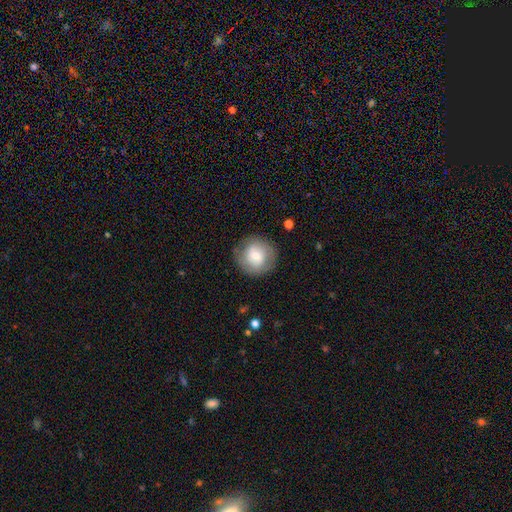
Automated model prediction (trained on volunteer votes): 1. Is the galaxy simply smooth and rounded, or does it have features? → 61% smooth, 31% featured or disk, 8% star or artifact.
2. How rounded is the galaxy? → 92% round, 7% in between, 1% cigar-shaped.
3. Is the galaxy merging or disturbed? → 84% none, 11% minor disturbance, 4% major disturbance, 1% merger.